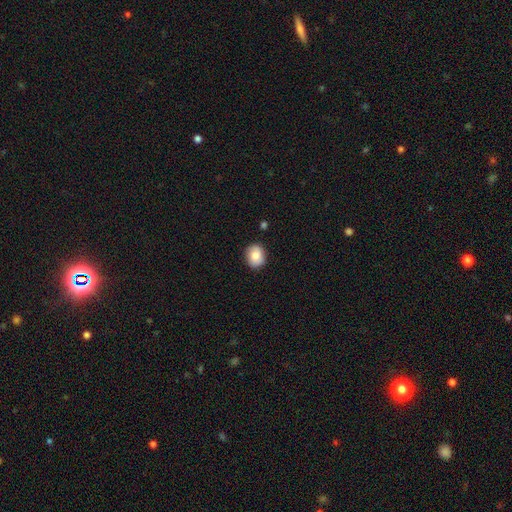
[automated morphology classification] Q: Smooth or featured?
A: smooth (79%); runner-up: featured or disk (13%)
Q: How rounded?
A: round (54%); runner-up: in between (45%)
Q: Merging?
A: none (84%); runner-up: minor disturbance (12%)